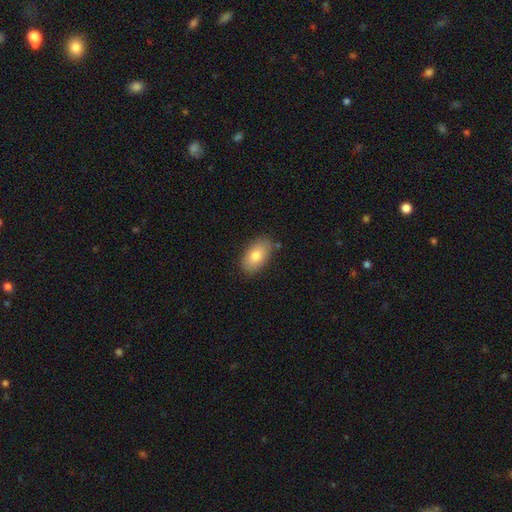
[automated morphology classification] Smooth or featured? Predicted: smooth (p=0.79). How rounded? Predicted: in between (p=0.92). Merging? Predicted: none (p=0.83).